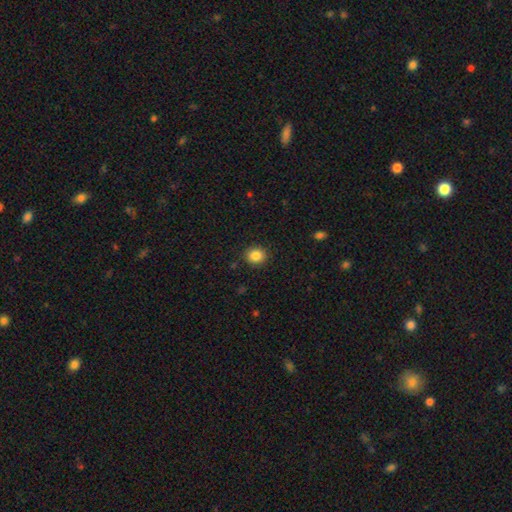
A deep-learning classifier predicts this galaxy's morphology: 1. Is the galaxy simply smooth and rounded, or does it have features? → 86% smooth, 10% star or artifact, 5% featured or disk.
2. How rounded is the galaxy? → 76% round, 23% in between, 1% cigar-shaped.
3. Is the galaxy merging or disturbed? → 89% none, 7% minor disturbance, 2% major disturbance, 1% merger.